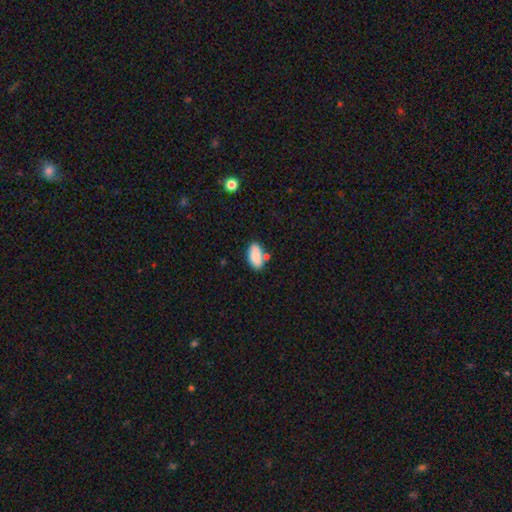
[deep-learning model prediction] Smooth or featured?
  - smooth: 87% *
  - star or artifact: 7%
  - featured or disk: 6%
How rounded?
  - in between: 92% *
  - cigar-shaped: 5%
  - round: 3%
Merging?
  - none: 66% *
  - merger: 15%
  - minor disturbance: 15%
  - major disturbance: 4%